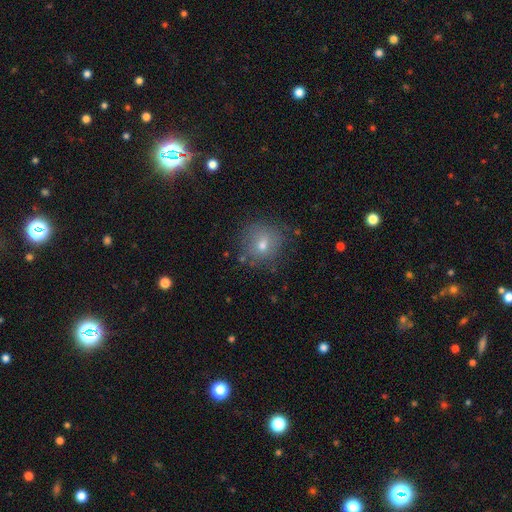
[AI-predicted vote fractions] smooth_or_featured: smooth (p=0.49) [alt: star or artifact p=0.30]
merging: none (p=0.81) [alt: minor disturbance p=0.12]